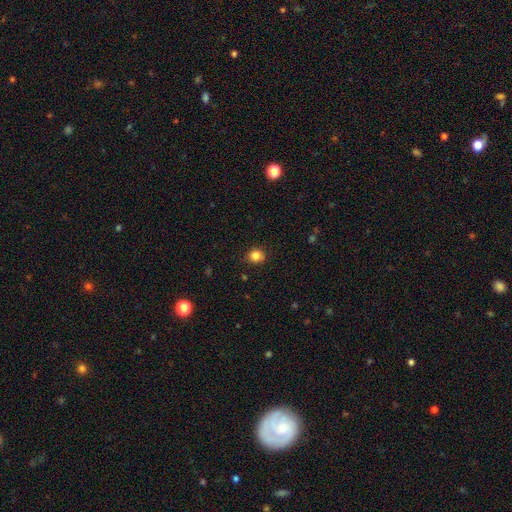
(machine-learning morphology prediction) Smooth or featured?
  - smooth: 84% *
  - star or artifact: 12%
  - featured or disk: 5%
How rounded?
  - round: 84% *
  - in between: 15%
  - cigar-shaped: 1%
Merging?
  - none: 86% *
  - minor disturbance: 10%
  - major disturbance: 2%
  - merger: 1%